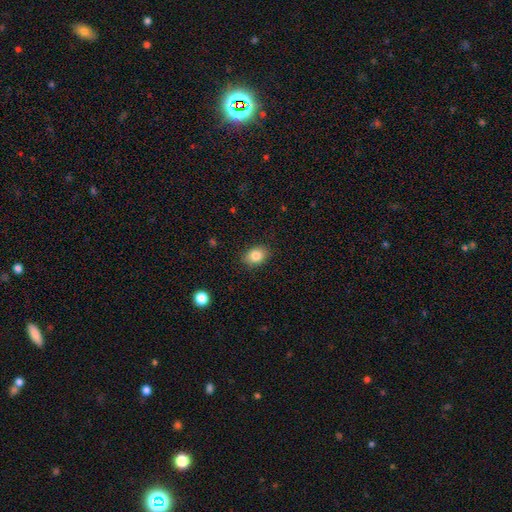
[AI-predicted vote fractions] Morphology: type=smooth (85%); roundness=in between (71%); merging=none (87%).